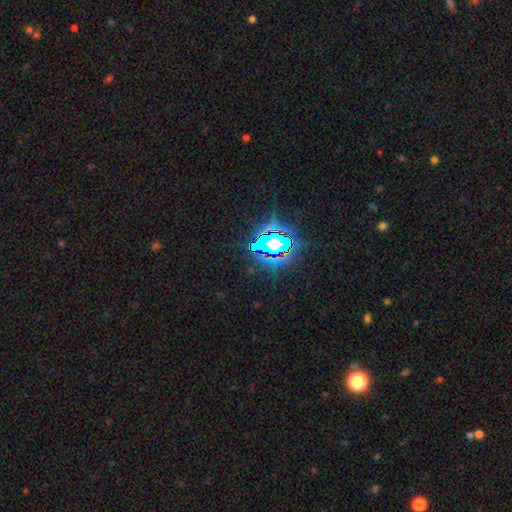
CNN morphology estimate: Smooth or featured? Predicted: star or artifact (p=0.83).